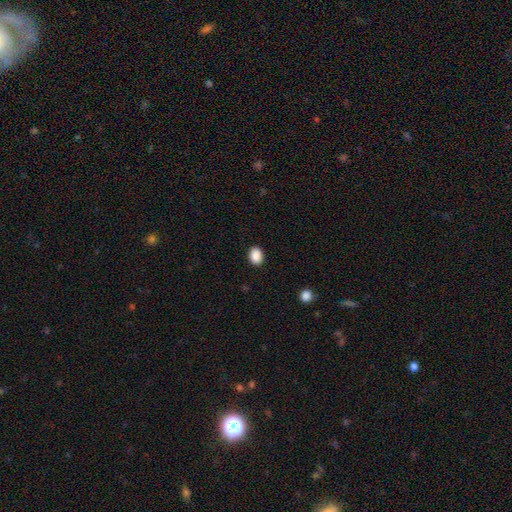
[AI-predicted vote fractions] smooth_or_featured: smooth (p=0.89) [alt: star or artifact p=0.08]
how_rounded: in between (p=0.71) [alt: round p=0.28]
merging: none (p=0.90) [alt: minor disturbance p=0.07]